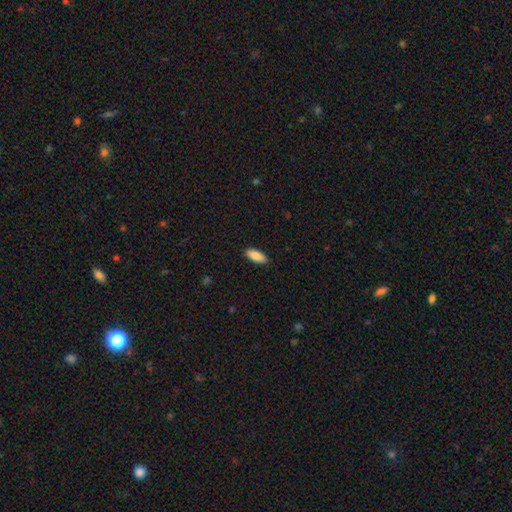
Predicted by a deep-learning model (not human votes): The model was most divided on "how rounded": in between: 79%, cigar-shaped: 19%, round: 2%. More confident: merging — none (89%); smooth or featured — smooth (89%).